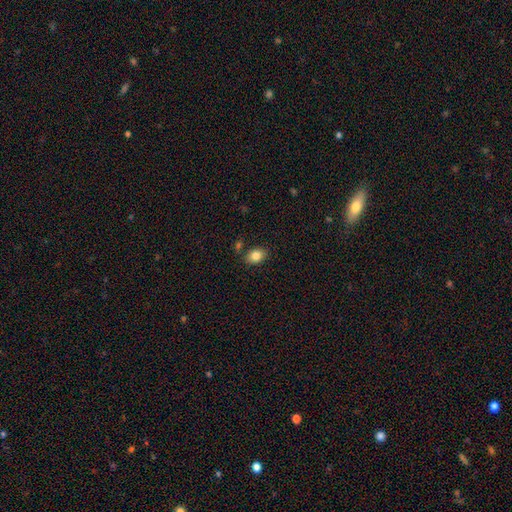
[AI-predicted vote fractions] smooth-or-featured: smooth: 84% | star or artifact: 9% | featured or disk: 7%
  how-rounded: in between: 75% | round: 24% | cigar-shaped: 1%
  merging: none: 80% | minor disturbance: 12% | merger: 6% | major disturbance: 3%